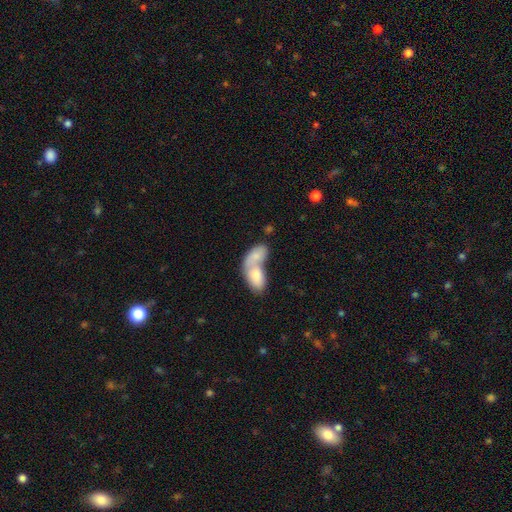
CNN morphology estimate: Smooth or featured? smooth (78%)
How rounded? in between (90%)
Merging? merger (76%)